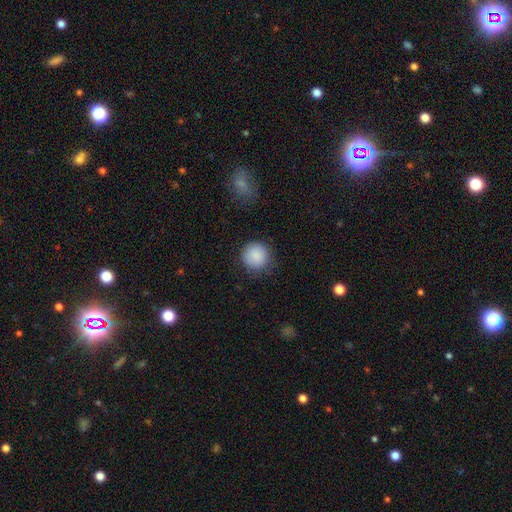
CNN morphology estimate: Overall: smooth (88%). How rounded: round (92%). Merging: none (82%).